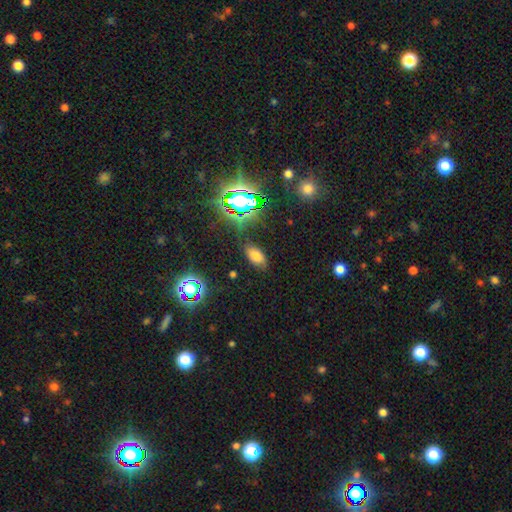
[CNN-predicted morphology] This is likely a smooth galaxy (65%). How rounded: clearly in between (91%). Merging: likely none (80%).